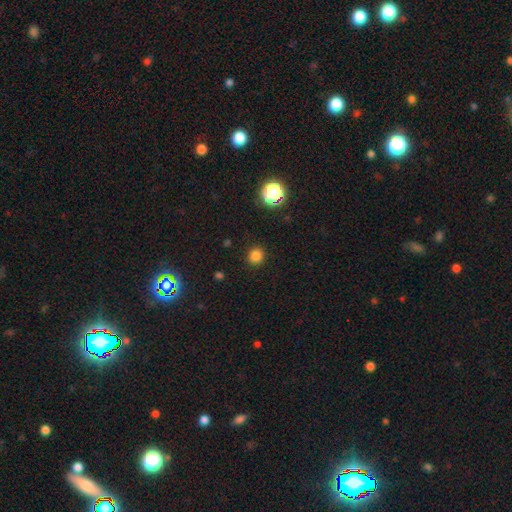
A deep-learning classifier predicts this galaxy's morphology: type=smooth (81%); roundness=round (89%); merging=none (91%).